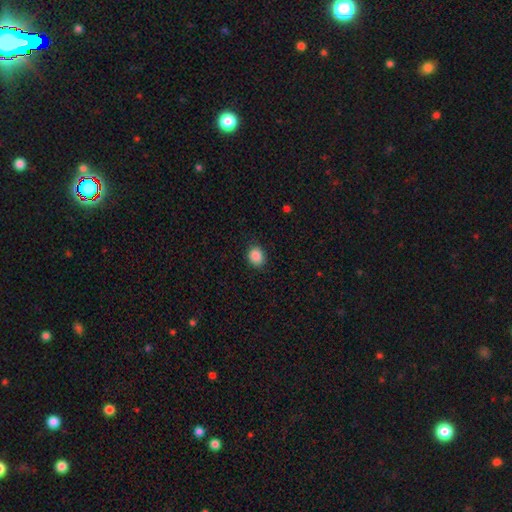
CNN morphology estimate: Q: Smooth or featured?
A: smooth (88%); runner-up: star or artifact (9%)
Q: How rounded?
A: round (57%); runner-up: in between (42%)
Q: Merging?
A: none (85%); runner-up: minor disturbance (12%)